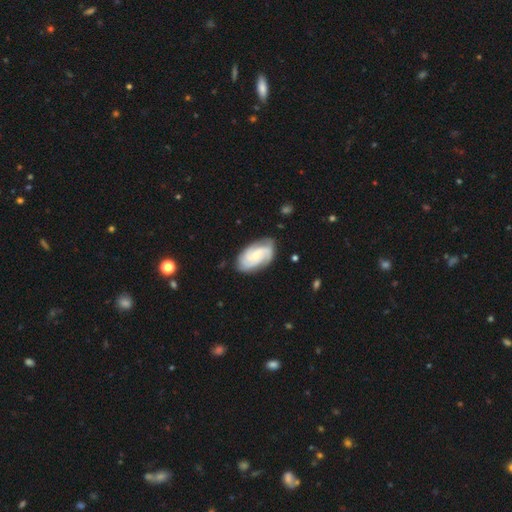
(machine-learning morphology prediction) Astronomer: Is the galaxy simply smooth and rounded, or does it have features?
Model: featured or disk — 78%.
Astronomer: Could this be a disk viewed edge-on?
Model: no — 97%.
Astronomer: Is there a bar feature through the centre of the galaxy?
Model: no — 63%.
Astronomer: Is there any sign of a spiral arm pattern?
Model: yes — 96%.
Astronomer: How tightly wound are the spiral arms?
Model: tight — 52% (runner-up: medium, 38%).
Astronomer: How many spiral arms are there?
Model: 3 — 37% (runner-up: 2, 26%).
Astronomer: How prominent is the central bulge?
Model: small — 63%.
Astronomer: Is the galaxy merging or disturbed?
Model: none — 76%.